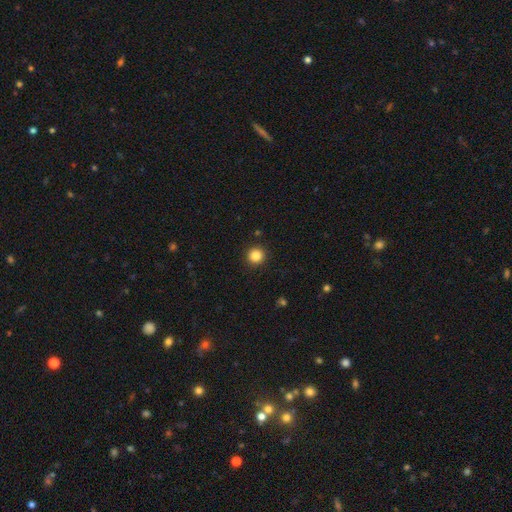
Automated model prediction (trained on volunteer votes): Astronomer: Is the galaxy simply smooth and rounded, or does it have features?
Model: smooth — 85%.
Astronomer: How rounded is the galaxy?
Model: round — 95%.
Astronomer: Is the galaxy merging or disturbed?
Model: none — 92%.